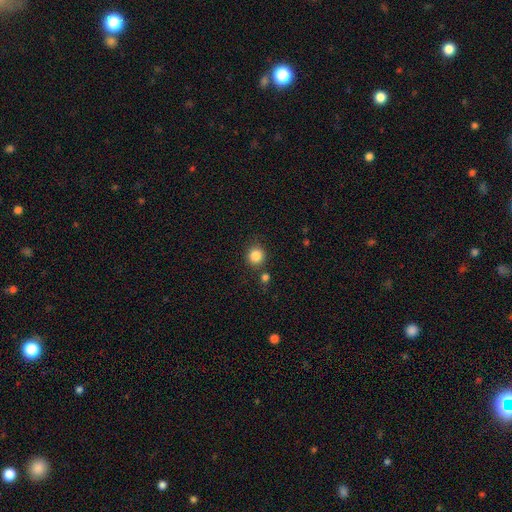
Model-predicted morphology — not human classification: Smooth or featured? Predicted: smooth (p=0.85). How rounded? Predicted: round (p=0.89). Merging? Predicted: none (p=0.80).